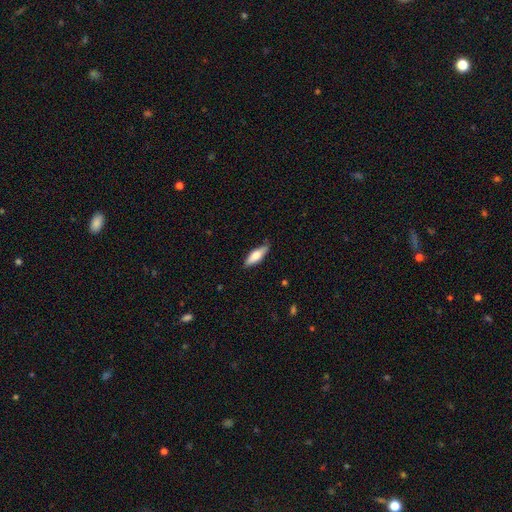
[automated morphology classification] smooth-or-featured: smooth: 65% | featured or disk: 29% | star or artifact: 6%
  how-rounded: in between: 53% | cigar-shaped: 45% | round: 2%
  merging: none: 80% | minor disturbance: 16% | major disturbance: 3% | merger: 1%